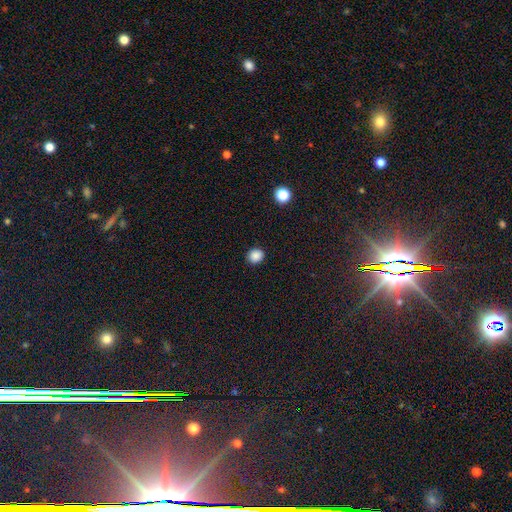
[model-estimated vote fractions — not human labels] The model was most divided on "how rounded": round: 78%, in between: 21%, cigar-shaped: 1%. More confident: merging — none (90%); smooth or featured — smooth (87%).